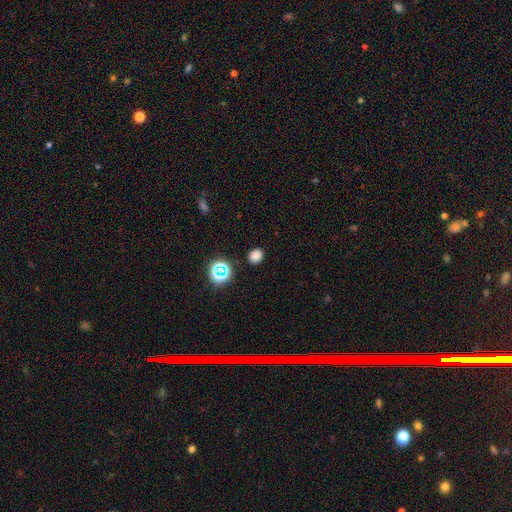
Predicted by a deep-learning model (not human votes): The model was most divided on "how rounded": round: 57%, in between: 42%, cigar-shaped: 1%. More confident: merging — none (88%); smooth or featured — smooth (79%).